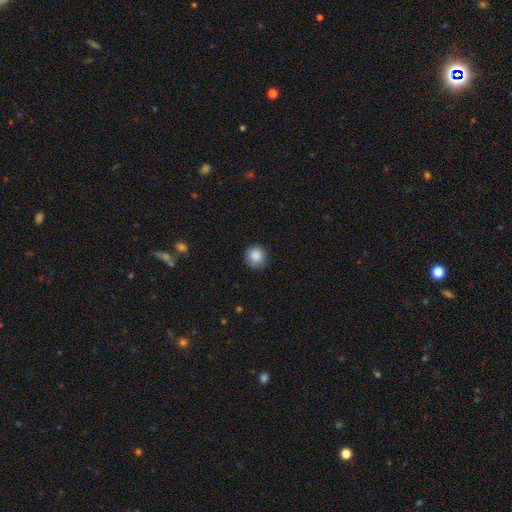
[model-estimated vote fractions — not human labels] Smooth or featured? smooth (88%)
How rounded? round (93%)
Merging? none (88%)